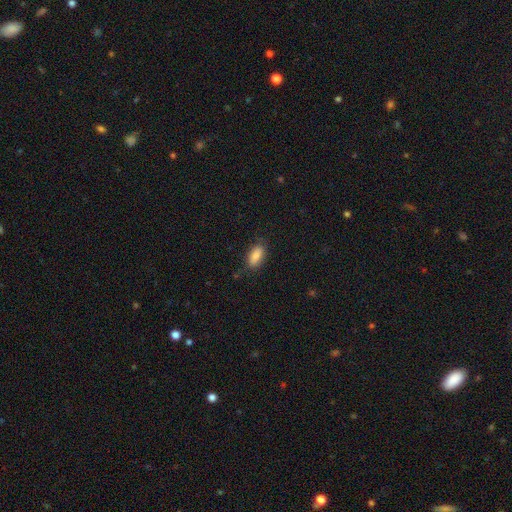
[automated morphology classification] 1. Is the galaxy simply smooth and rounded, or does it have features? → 86% smooth, 7% star or artifact, 6% featured or disk.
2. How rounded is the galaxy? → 87% in between, 10% cigar-shaped, 3% round.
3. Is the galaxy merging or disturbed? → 78% none, 17% minor disturbance, 4% major disturbance, 1% merger.